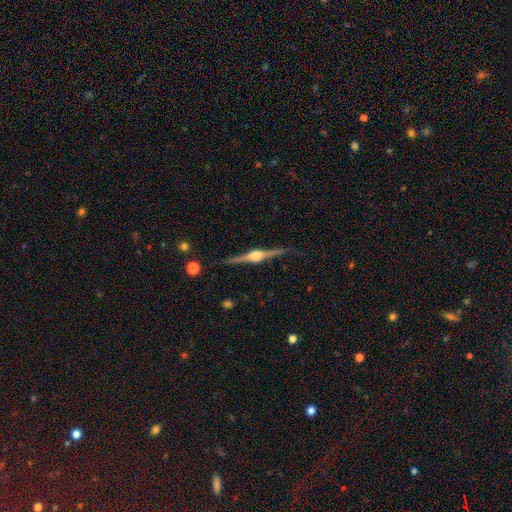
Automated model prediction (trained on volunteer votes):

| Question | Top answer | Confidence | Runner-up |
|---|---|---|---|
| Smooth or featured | featured or disk | 88% | smooth (7%) |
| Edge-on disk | yes | 98% | no (2%) |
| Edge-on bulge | rounded | 93% | boxy (5%) |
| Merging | none | 88% | minor disturbance (9%) |